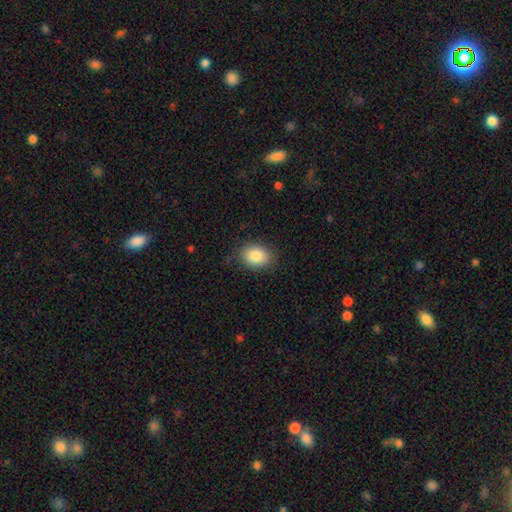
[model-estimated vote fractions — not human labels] Smooth or featured? Predicted: smooth (p=0.86). How rounded? Predicted: in between (p=0.67). Merging? Predicted: none (p=0.84).